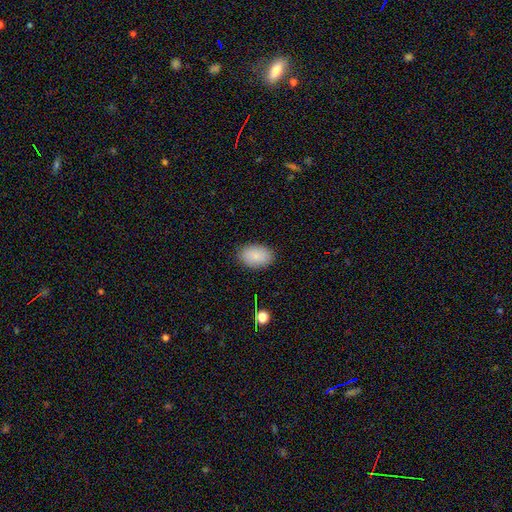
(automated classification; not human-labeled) The model was most divided on "merging": none: 86%, minor disturbance: 10%, major disturbance: 2%, merger: 1%. More confident: how rounded — in between (88%); smooth or featured — smooth (85%).